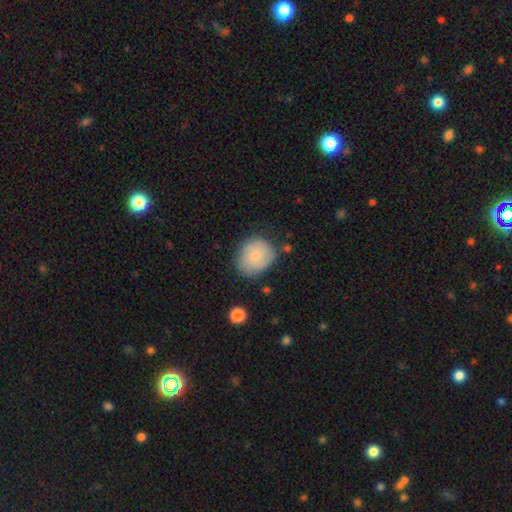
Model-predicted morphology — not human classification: Smooth or featured?
  - smooth: 68% *
  - featured or disk: 25%
  - star or artifact: 8%
How rounded?
  - round: 71% *
  - in between: 28%
  - cigar-shaped: 1%
Merging?
  - none: 70% *
  - minor disturbance: 21%
  - major disturbance: 5%
  - merger: 3%